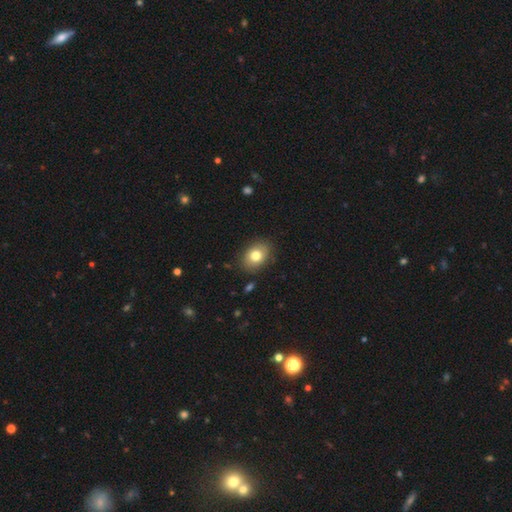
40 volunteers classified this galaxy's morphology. This appears to be a smooth galaxy with no disk features (82%) that is in between round and cigar-shaped (61%). Merging: none (85%).